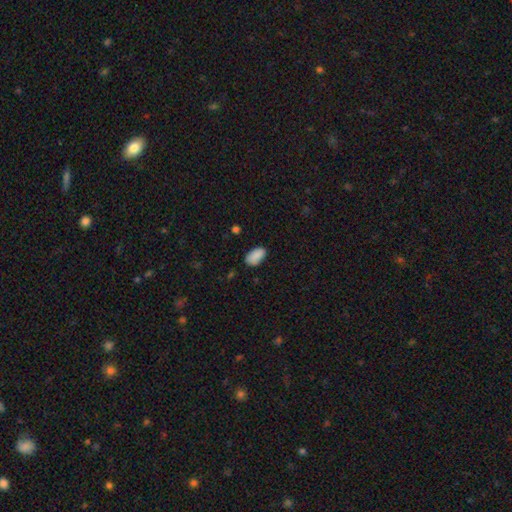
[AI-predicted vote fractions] smooth 89%, star or artifact 7%, featured or disk 4%. Down the decision tree: how rounded — in between (95%); merging — none (82%).